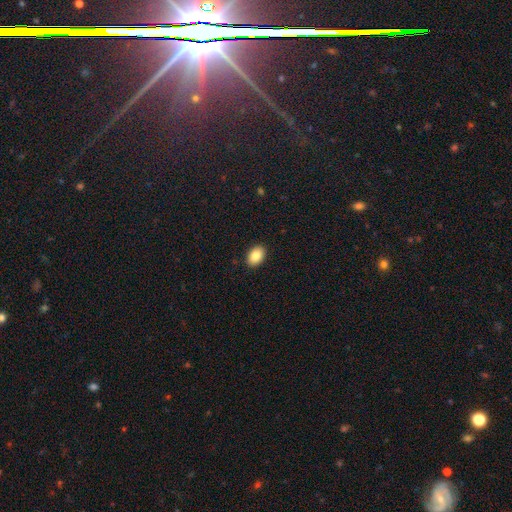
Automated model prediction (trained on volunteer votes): Smooth or featured? smooth (86%)
How rounded? in between (84%)
Merging? none (90%)